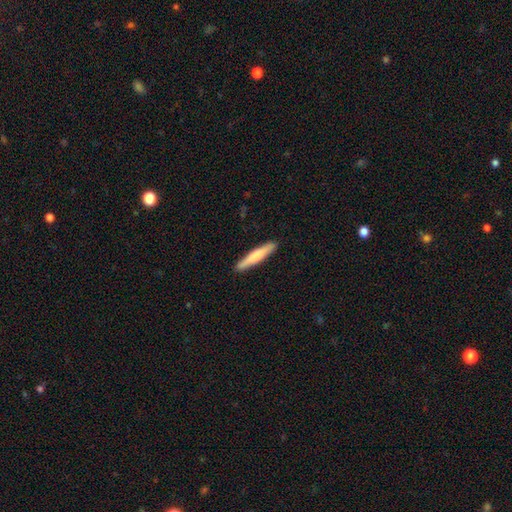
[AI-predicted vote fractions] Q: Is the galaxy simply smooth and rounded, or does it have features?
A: smooth — 70%.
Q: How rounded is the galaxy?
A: cigar-shaped — 93%.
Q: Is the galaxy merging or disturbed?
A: none — 91%.